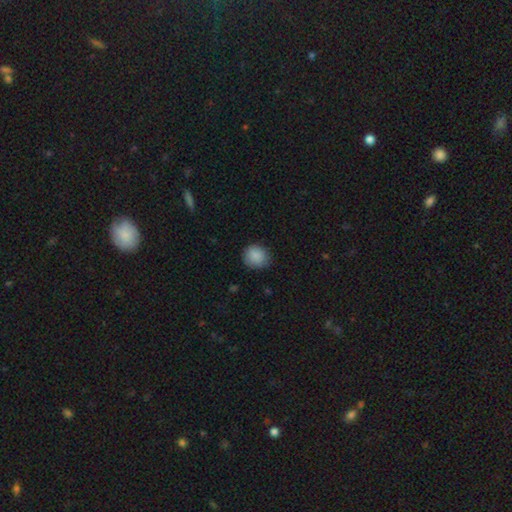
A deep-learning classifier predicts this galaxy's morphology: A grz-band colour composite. It shows a smooth galaxy with no disk features (89%) that is round (75%). Merging: none (80%).